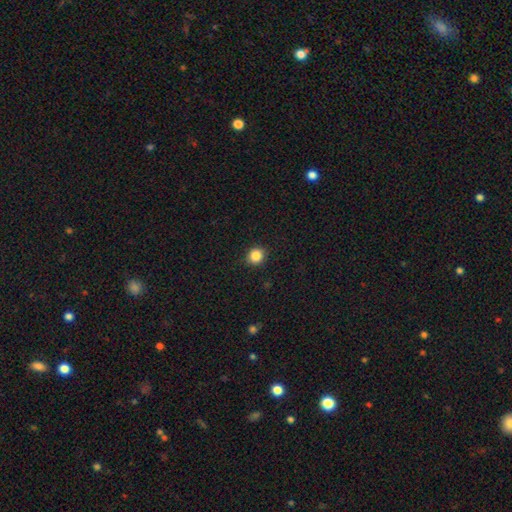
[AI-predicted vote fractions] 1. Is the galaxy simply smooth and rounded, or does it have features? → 85% smooth, 11% star or artifact, 4% featured or disk.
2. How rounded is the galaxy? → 85% round, 14% in between, 1% cigar-shaped.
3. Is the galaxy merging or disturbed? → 91% none, 6% minor disturbance, 2% major disturbance, 1% merger.